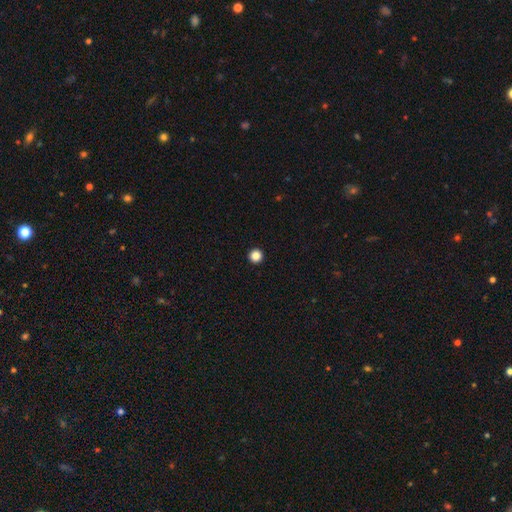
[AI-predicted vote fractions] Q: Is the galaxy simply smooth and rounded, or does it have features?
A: smooth — 86%.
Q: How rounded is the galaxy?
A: round — 97%.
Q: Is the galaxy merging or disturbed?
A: none — 95%.